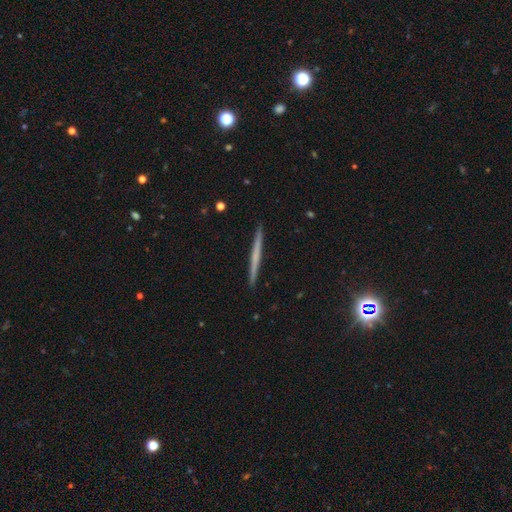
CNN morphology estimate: The model was most divided on "smooth or featured": featured or disk: 49%, smooth: 44%, star or artifact: 7%. More confident: merging — none (93%).